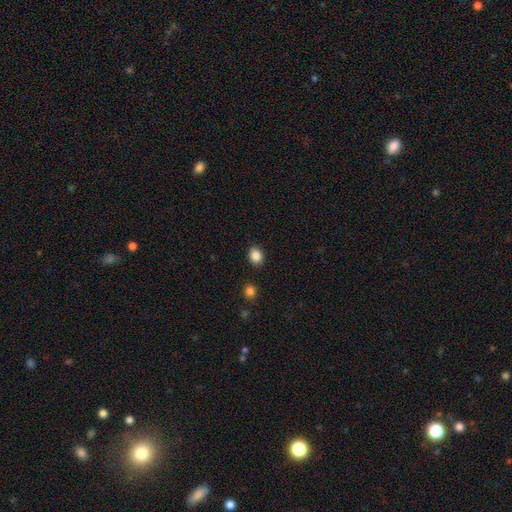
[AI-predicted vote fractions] smooth_or_featured: smooth (p=0.86) [alt: star or artifact p=0.09]
how_rounded: in between (p=0.52) [alt: round p=0.47]
merging: none (p=0.88) [alt: minor disturbance p=0.07]